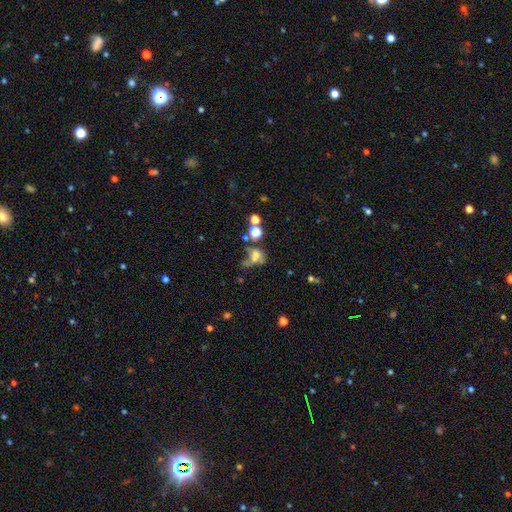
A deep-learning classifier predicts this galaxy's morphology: smooth 48%, featured or disk 27%, star or artifact 25%. Down the decision tree: merging — merger (34%).